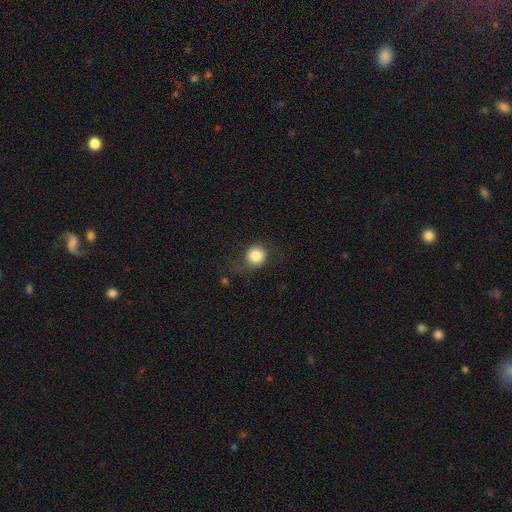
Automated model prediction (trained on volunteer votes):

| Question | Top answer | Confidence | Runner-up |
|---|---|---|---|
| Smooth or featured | smooth | 81% | featured or disk (10%) |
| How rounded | round | 85% | in between (14%) |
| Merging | none | 60% | minor disturbance (23%) |